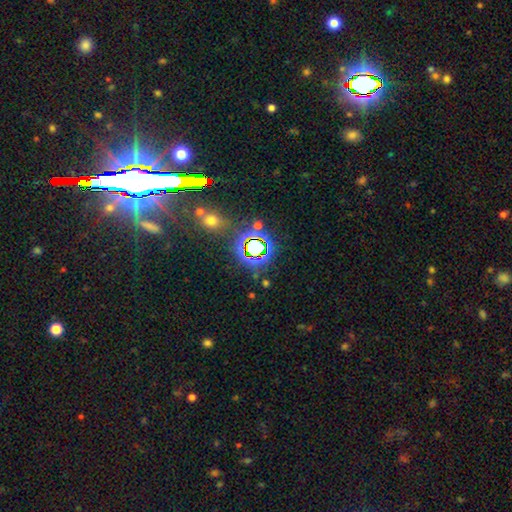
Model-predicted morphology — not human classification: type=star or artifact (79%).